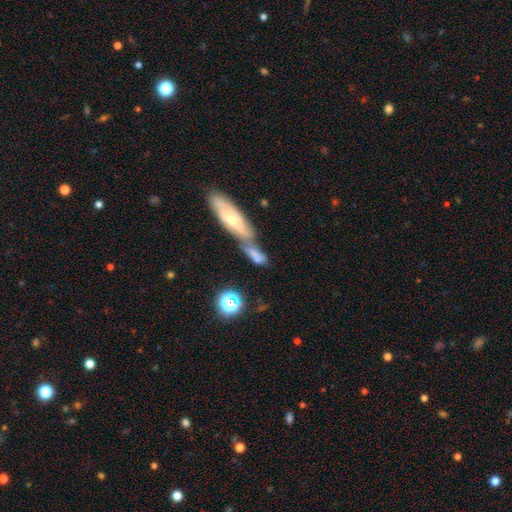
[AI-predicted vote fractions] Smooth or featured: smooth — 54% (featured or disk — 33%)
How rounded: in between — 57% (cigar-shaped — 37%)
Merging: merger — 63% (none — 22%)